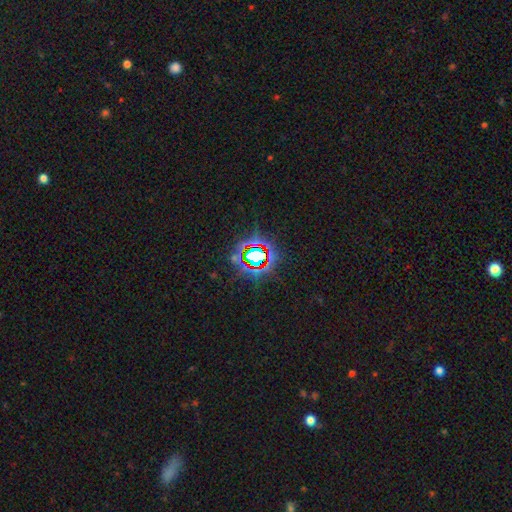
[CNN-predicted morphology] A star or artifact, not a galaxy (74%).

Vote fractions:
- Smooth or featured? star or artifact: 74% / smooth: 15% / featured or disk: 11%